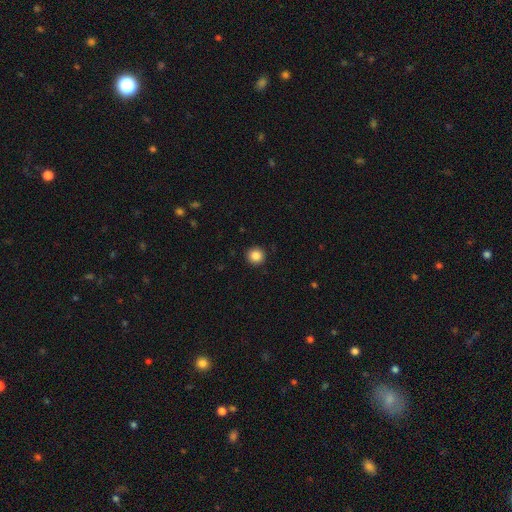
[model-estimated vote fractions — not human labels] smooth_or_featured: smooth (p=0.86) [alt: star or artifact p=0.10]
how_rounded: round (p=0.95) [alt: in between p=0.04]
merging: none (p=0.93) [alt: minor disturbance p=0.05]